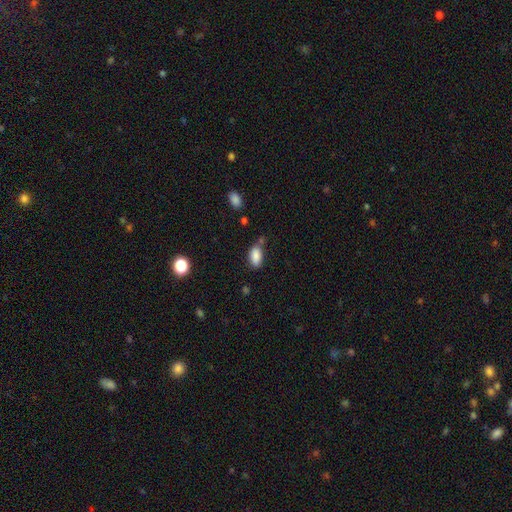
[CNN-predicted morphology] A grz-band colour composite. It shows a smooth galaxy with no disk features (86%) that is in between round and cigar-shaped (91%). Merging: none (64%).